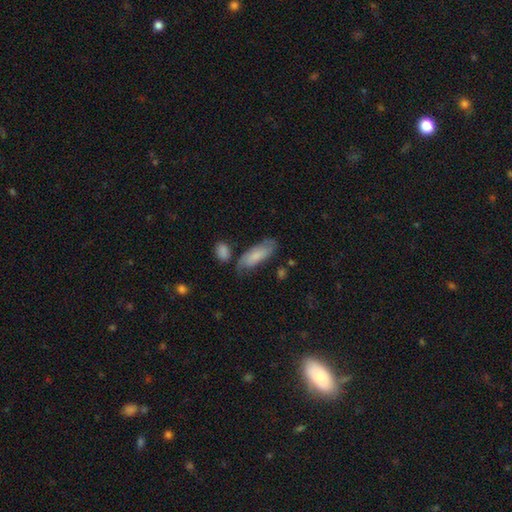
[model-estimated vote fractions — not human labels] Smooth or featured?
  - smooth: 72% *
  - featured or disk: 22%
  - star or artifact: 6%
How rounded?
  - in between: 71% *
  - cigar-shaped: 27%
  - round: 2%
Merging?
  - none: 64% *
  - minor disturbance: 22%
  - merger: 7%
  - major disturbance: 6%